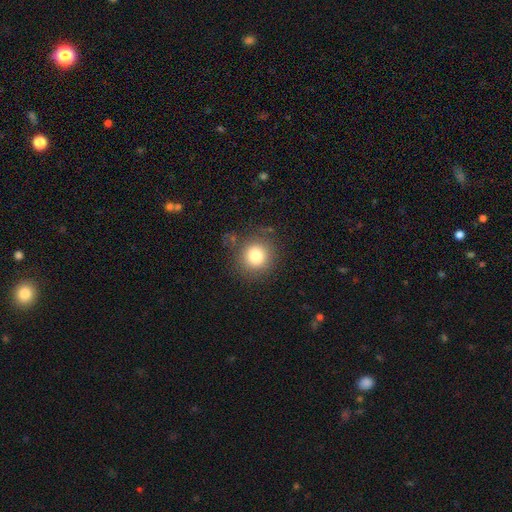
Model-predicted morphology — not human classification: Q: Smooth or featured?
A: smooth (80%); runner-up: star or artifact (11%)
Q: How rounded?
A: round (91%); runner-up: in between (8%)
Q: Merging?
A: none (83%); runner-up: minor disturbance (11%)